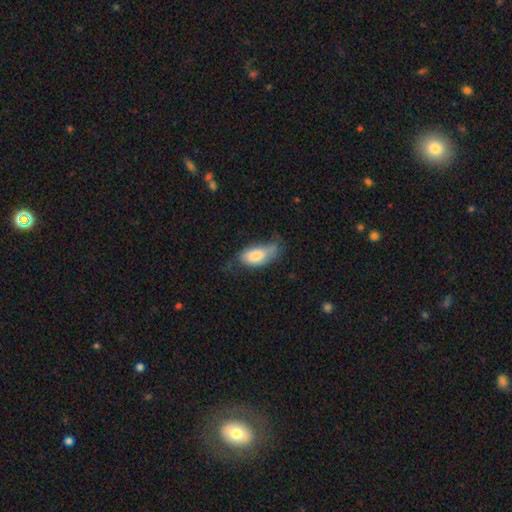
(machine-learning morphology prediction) Smooth or featured? smooth (72%)
How rounded? in between (89%)
Merging? minor disturbance (38%)